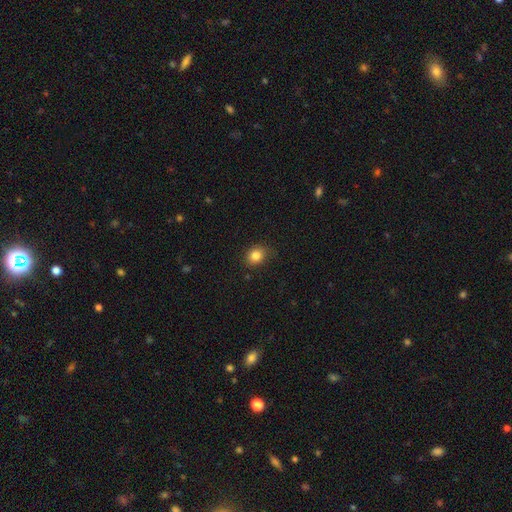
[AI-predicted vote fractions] Smooth or featured: smooth — 83% (star or artifact — 11%)
How rounded: round — 61% (in between — 38%)
Merging: none — 79% (minor disturbance — 17%)